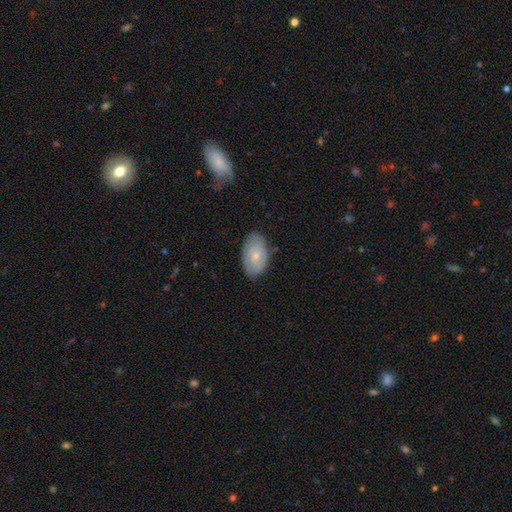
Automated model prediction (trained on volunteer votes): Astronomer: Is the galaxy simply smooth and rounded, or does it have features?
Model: smooth — 57% (runner-up: featured or disk, 36%).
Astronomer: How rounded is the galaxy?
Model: in between — 92%.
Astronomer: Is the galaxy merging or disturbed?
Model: none — 79%.